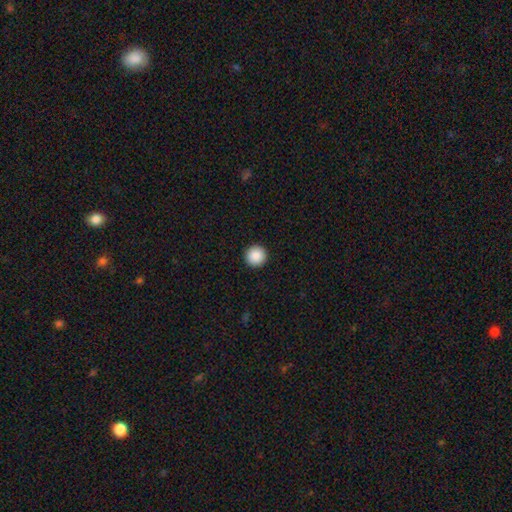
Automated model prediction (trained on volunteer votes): Smooth or featured? smooth (89%)
How rounded? round (96%)
Merging? none (94%)